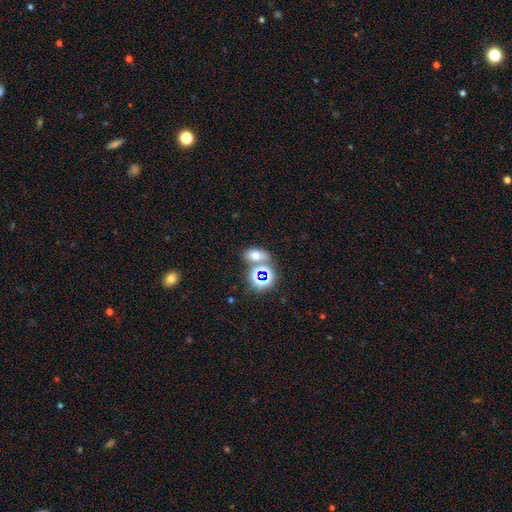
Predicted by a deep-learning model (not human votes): The model was most divided on "smooth or featured": smooth: 62%, star or artifact: 26%, featured or disk: 12%. More confident: how rounded — in between (76%); merging — none (63%).